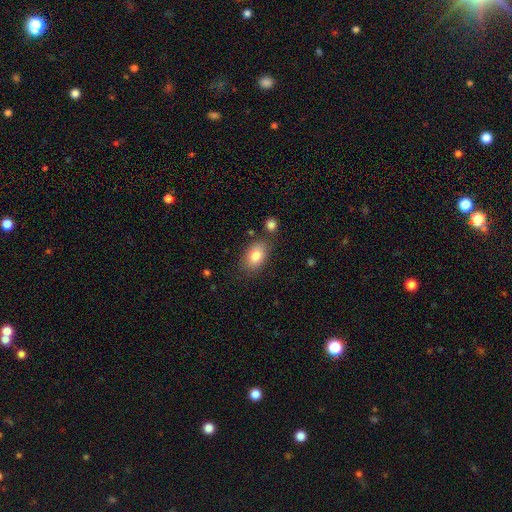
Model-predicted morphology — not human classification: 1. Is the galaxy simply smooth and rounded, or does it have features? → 82% smooth, 10% featured or disk, 8% star or artifact.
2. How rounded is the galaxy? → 87% in between, 11% round, 1% cigar-shaped.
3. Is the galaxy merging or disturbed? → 75% none, 14% minor disturbance, 7% merger, 4% major disturbance.